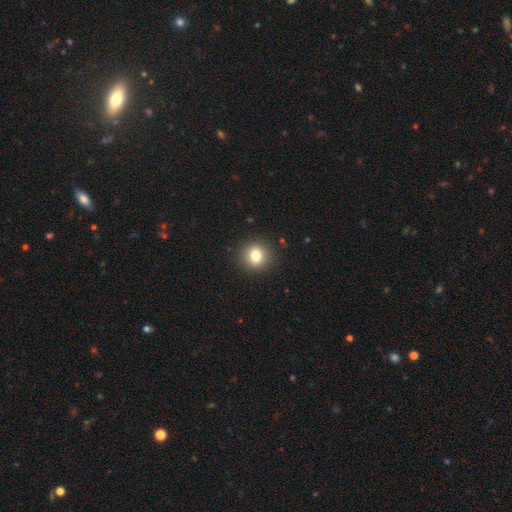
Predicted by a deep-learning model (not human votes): This appears to be a smooth galaxy with no disk features (80%) that is round (85%). Merging: none (90%).